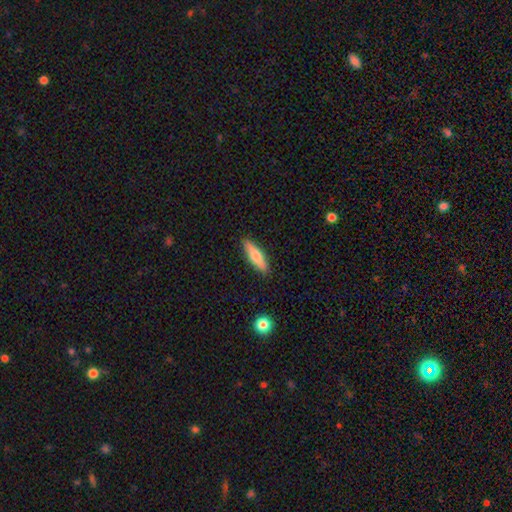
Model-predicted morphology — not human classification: smooth_or_featured: smooth (p=0.70) [alt: featured or disk p=0.25]
how_rounded: cigar-shaped (p=0.64) [alt: in between p=0.34]
merging: none (p=0.89) [alt: minor disturbance p=0.08]